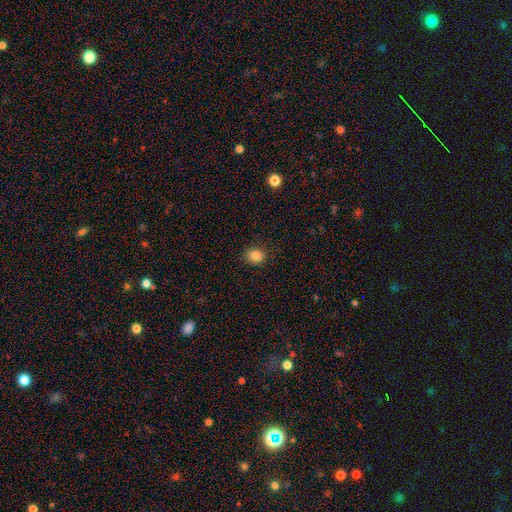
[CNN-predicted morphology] smooth-or-featured: smooth: 84% | star or artifact: 11% | featured or disk: 5%
  how-rounded: round: 64% | in between: 35% | cigar-shaped: 1%
  merging: none: 88% | minor disturbance: 9% | major disturbance: 2% | merger: 1%